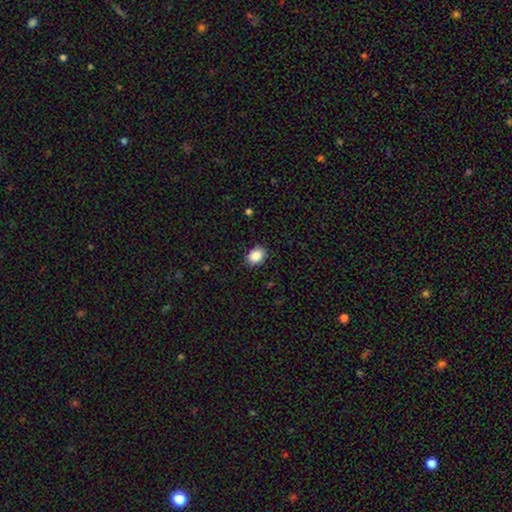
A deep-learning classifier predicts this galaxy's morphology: This appears to be a smooth galaxy with no disk features (88%) that is in between round and cigar-shaped (69%). Merging: none (87%).